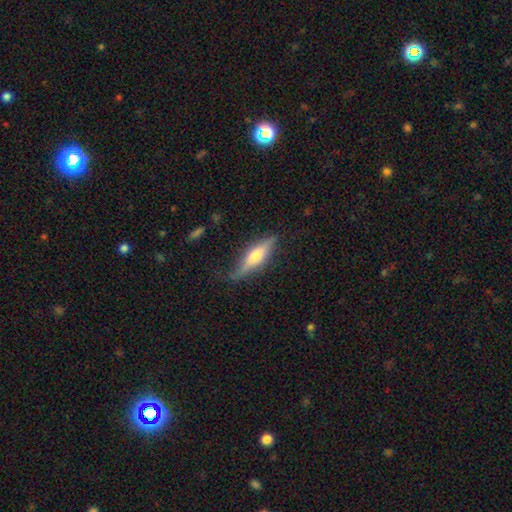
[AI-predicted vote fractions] Morphology: type=featured or disk (49%); merging=none (74%).